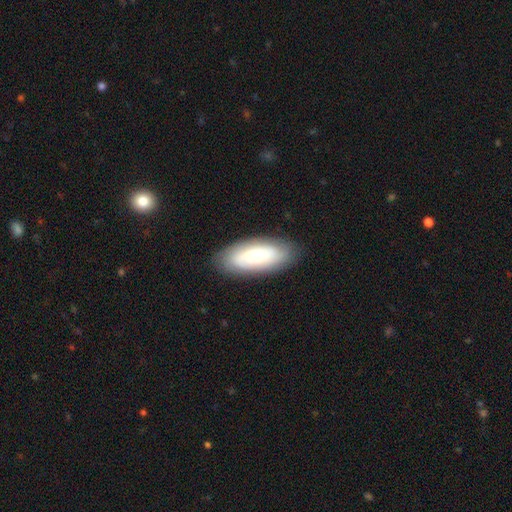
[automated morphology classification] Smooth or featured?
  - smooth: 60% *
  - featured or disk: 33%
  - star or artifact: 7%
How rounded?
  - in between: 80% *
  - cigar-shaped: 17%
  - round: 2%
Merging?
  - none: 84% *
  - minor disturbance: 12%
  - major disturbance: 3%
  - merger: 1%